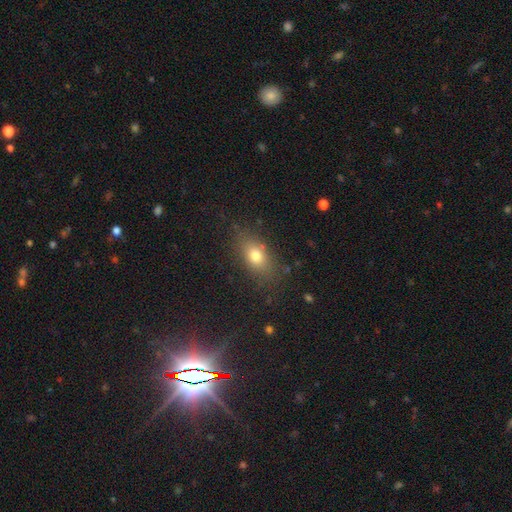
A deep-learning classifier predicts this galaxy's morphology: This is likely a smooth galaxy (75%). How rounded: likely in between (76%). Merging: likely none (79%).